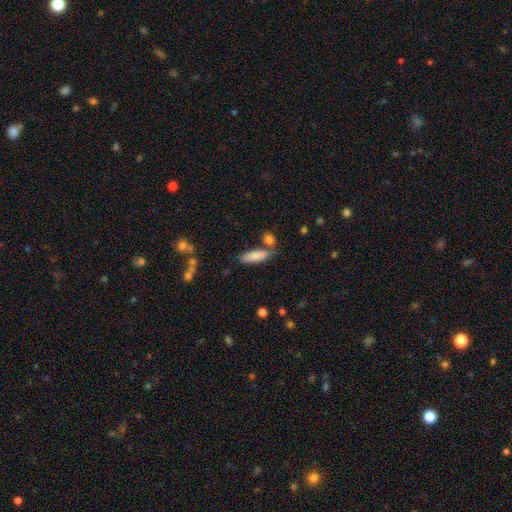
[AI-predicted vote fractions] Q: Smooth or featured?
A: smooth (82%); runner-up: featured or disk (11%)
Q: How rounded?
A: in between (54%); runner-up: cigar-shaped (44%)
Q: Merging?
A: none (68%); runner-up: merger (15%)